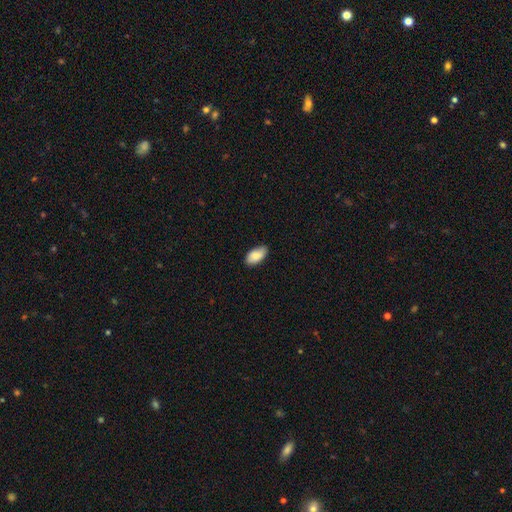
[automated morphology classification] A smooth galaxy with no disk features (87%) that is in between round and cigar-shaped (94%). Merging: none (78%).